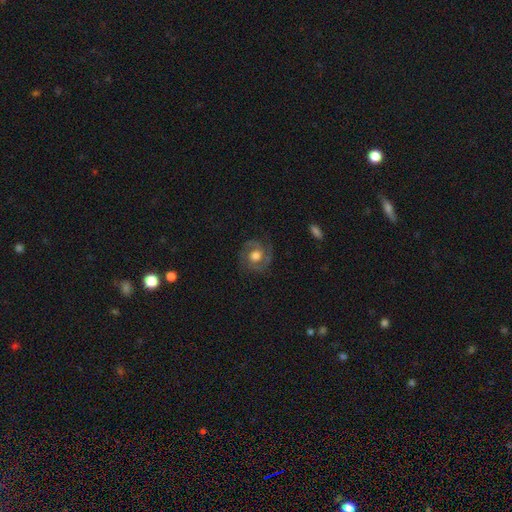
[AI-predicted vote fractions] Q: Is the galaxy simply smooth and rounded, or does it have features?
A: featured or disk — 75%.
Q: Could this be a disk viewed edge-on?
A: no — 97%.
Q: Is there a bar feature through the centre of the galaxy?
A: no — 68%.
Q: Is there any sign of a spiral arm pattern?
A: yes — 92%.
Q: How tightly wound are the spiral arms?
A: tight — 45%.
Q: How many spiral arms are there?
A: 2 — 82%.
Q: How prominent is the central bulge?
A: moderate — 59%.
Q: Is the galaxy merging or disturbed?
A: none — 78%.